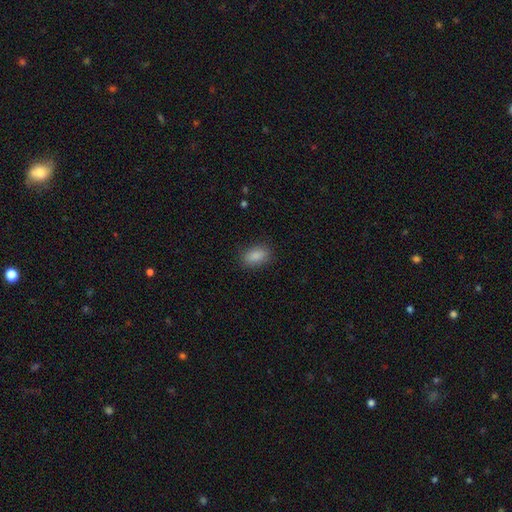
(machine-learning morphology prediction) Smooth or featured: smooth — 88% (star or artifact — 8%)
How rounded: in between — 90% (round — 7%)
Merging: none — 87% (minor disturbance — 9%)